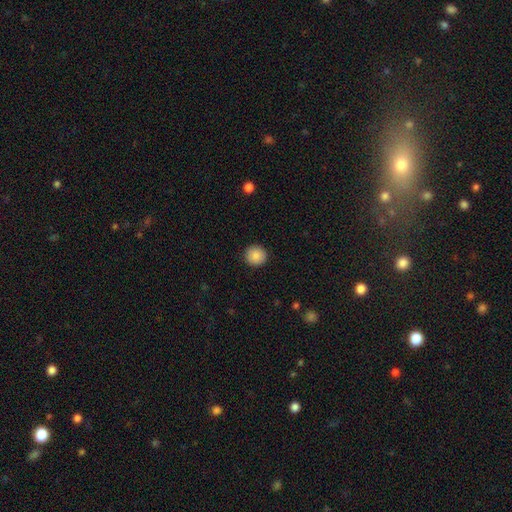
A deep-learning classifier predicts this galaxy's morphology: type=smooth (87%); roundness=round (94%); merging=none (92%).